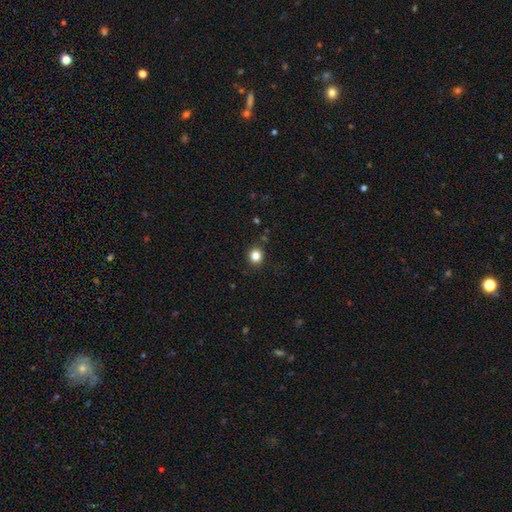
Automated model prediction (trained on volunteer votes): smooth-or-featured: smooth: 83% | star or artifact: 12% | featured or disk: 5%
  how-rounded: round: 89% | in between: 10% | cigar-shaped: 1%
  merging: none: 89% | minor disturbance: 7% | major disturbance: 2% | merger: 2%